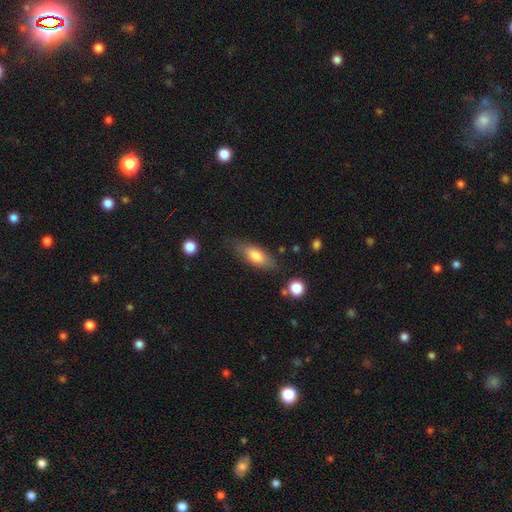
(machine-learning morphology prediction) This is likely a smooth galaxy (74%). How rounded: likely in between (73%). Merging: likely none (72%).